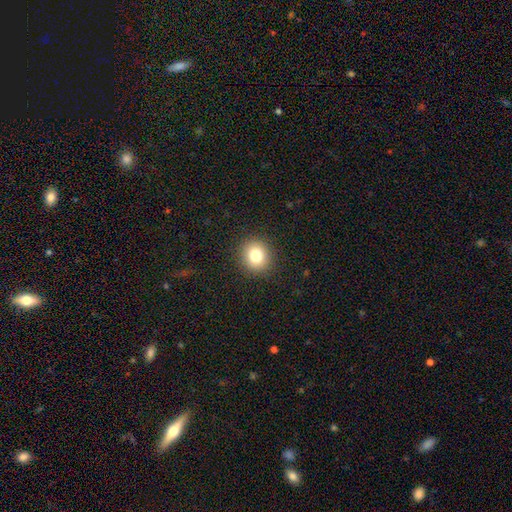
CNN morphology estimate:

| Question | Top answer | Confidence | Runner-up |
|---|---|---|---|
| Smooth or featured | smooth | 80% | star or artifact (12%) |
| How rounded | round | 84% | in between (15%) |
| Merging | none | 91% | minor disturbance (6%) |